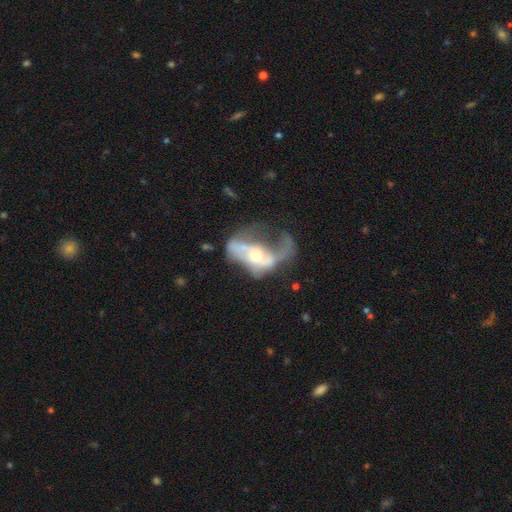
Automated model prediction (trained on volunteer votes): A featured or disk galaxy (71%) with no bar (60%), spiral arms (56%) and a moderate central bulge (58%).

Vote fractions:
- Smooth or featured? featured or disk: 71% / smooth: 21% / star or artifact: 8%
- Edge-on disk? no: 92% / yes: 8%
- Bar? no: 60% / weak: 27% / strong: 13%
- Spiral arms? yes: 56% / no: 44%
- Bulge size? moderate: 58% / small: 27% / large: 10% / none: 4% / dominant: 2%
- Merging? major disturbance: 55% / none: 19% / minor disturbance: 14% / merger: 12%